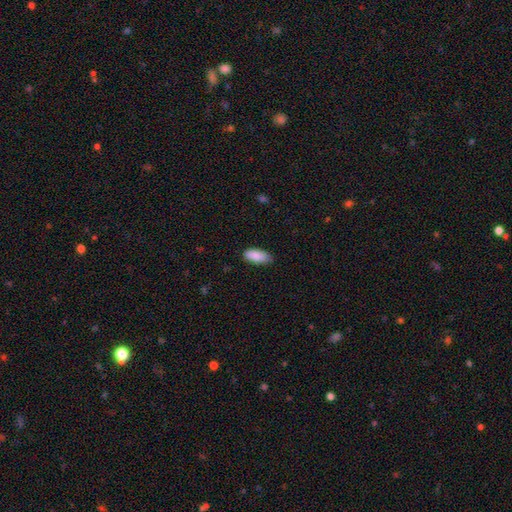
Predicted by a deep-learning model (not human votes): A smooth galaxy with no disk features (89%) that is in between round and cigar-shaped (87%).

Vote fractions:
- Smooth or featured? smooth: 89% / star or artifact: 6% / featured or disk: 5%
- How rounded? in between: 87% / cigar-shaped: 12% / round: 2%
- Merging? none: 78% / minor disturbance: 18% / major disturbance: 3% / merger: 1%